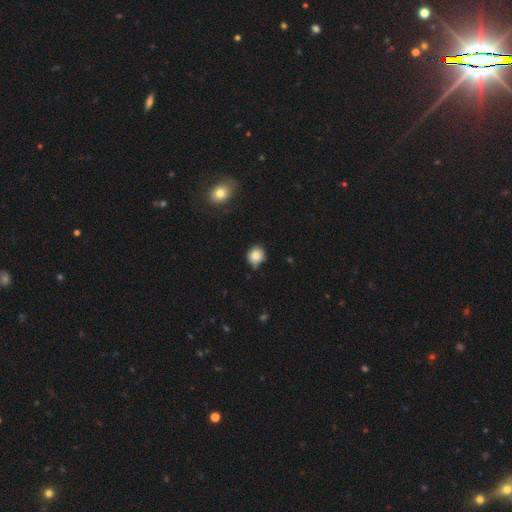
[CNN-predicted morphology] This is clearly a smooth galaxy (85%). How rounded: clearly round (85%). Merging: likely none (70%).